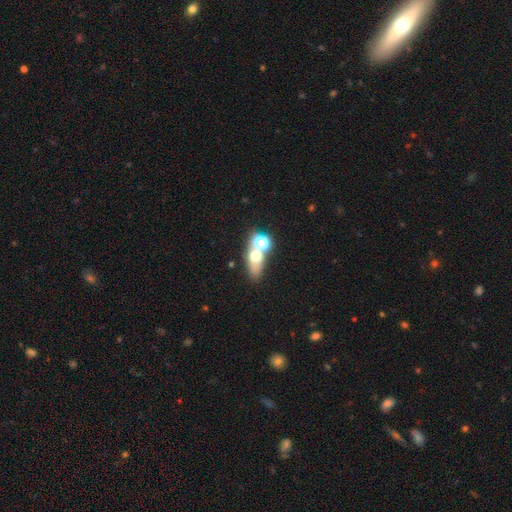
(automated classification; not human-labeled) This is possibly a smooth galaxy (54%). How rounded: possibly in between (56%). Merging: possibly none (46%).